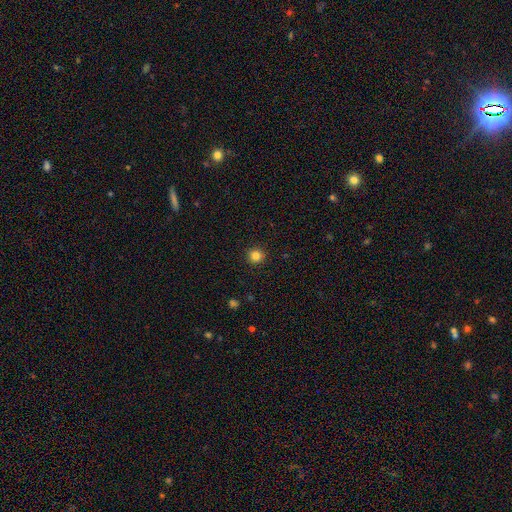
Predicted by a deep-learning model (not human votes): Morphology: type=smooth (83%); roundness=round (94%); merging=none (92%).